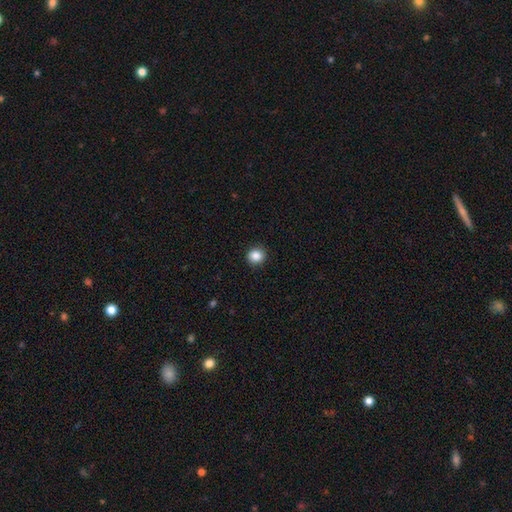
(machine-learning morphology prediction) A smooth galaxy with no disk features (87%) that is round (87%). Merging: none (91%).